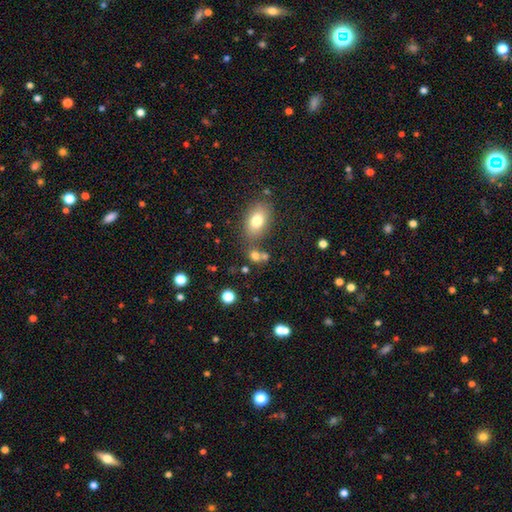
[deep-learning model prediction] A smooth galaxy with no disk features (75%) that is round (56%).

Vote fractions:
- Smooth or featured? smooth: 75% / star or artifact: 15% / featured or disk: 10%
- How rounded? round: 56% / in between: 42% / cigar-shaped: 3%
- Merging? none: 55% / merger: 29% / minor disturbance: 11% / major disturbance: 5%